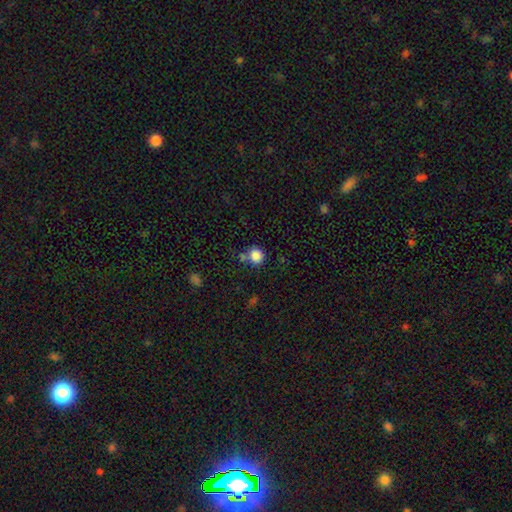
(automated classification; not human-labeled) Smooth or featured?
  - smooth: 85% *
  - star or artifact: 10%
  - featured or disk: 4%
How rounded?
  - round: 84% *
  - in between: 15%
  - cigar-shaped: 1%
Merging?
  - none: 68% *
  - merger: 15%
  - minor disturbance: 12%
  - major disturbance: 5%